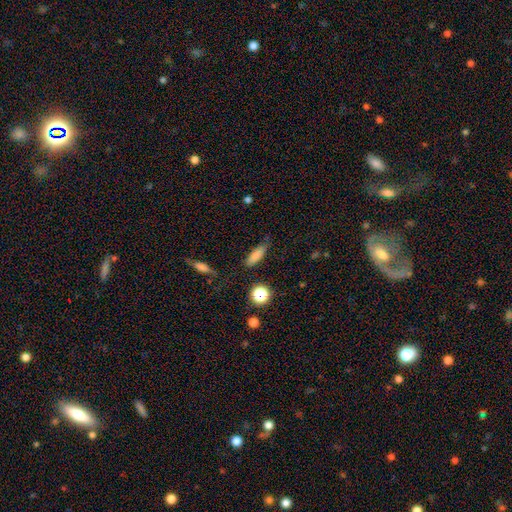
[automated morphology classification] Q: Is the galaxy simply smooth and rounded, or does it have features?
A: smooth — 80%.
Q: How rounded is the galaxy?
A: in between — 52%.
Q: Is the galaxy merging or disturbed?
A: none — 76%.